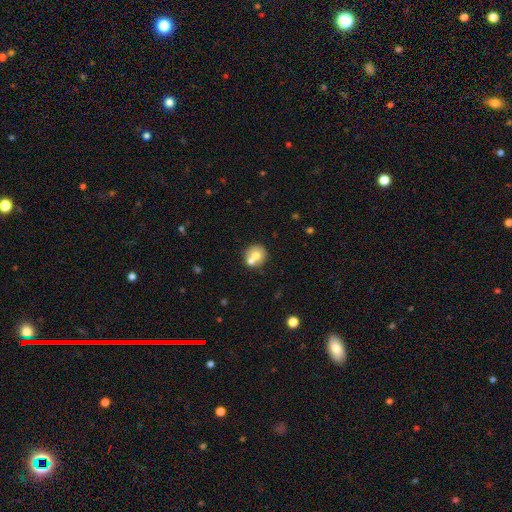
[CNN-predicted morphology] The model was most divided on "merging": none: 51%, merger: 35%, minor disturbance: 10%, major disturbance: 3%. More confident: how rounded — round (83%); smooth or featured — smooth (64%).